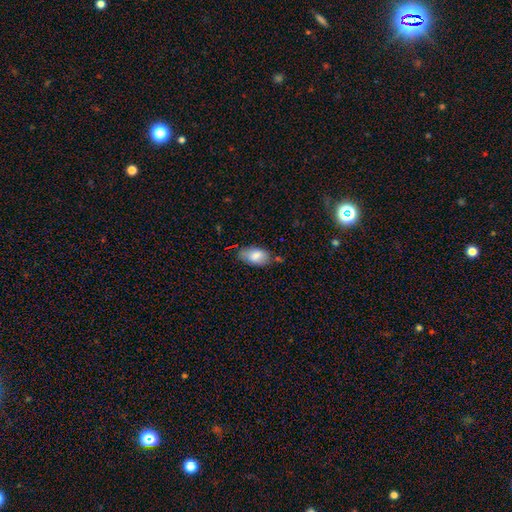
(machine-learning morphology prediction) Smooth or featured: smooth — 82% (featured or disk — 12%)
How rounded: in between — 93% (round — 4%)
Merging: none — 64% (minor disturbance — 27%)